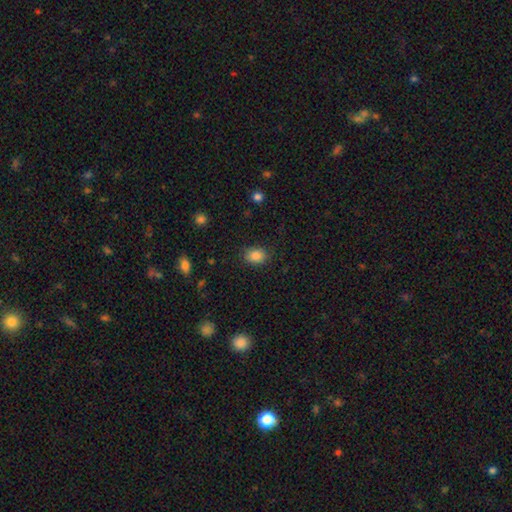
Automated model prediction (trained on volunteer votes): Overall: smooth (86%). How rounded: in between (64%; round 35%). Merging: none (83%).